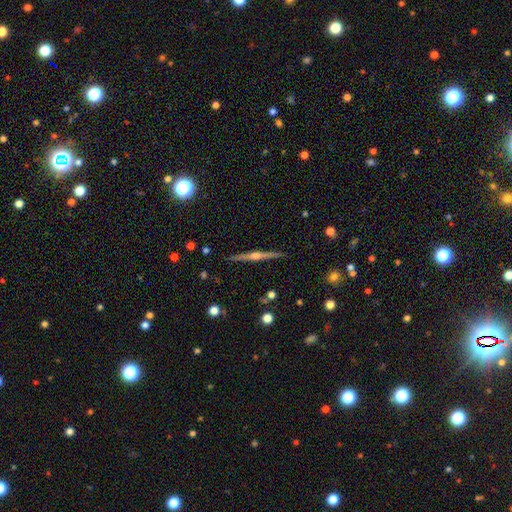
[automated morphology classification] type=featured or disk (84%); edge-on=yes (99%); edge-on bulge=rounded (89%); merging=none (92%).